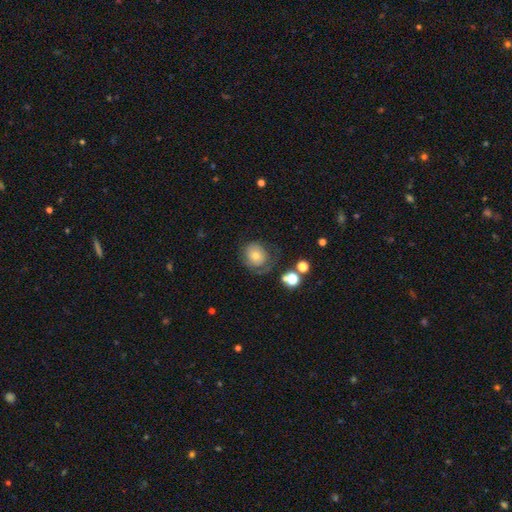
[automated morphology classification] Q: Smooth or featured?
A: smooth (53%); runner-up: featured or disk (36%)
Q: How rounded?
A: round (76%); runner-up: in between (23%)
Q: Merging?
A: none (57%); runner-up: minor disturbance (23%)